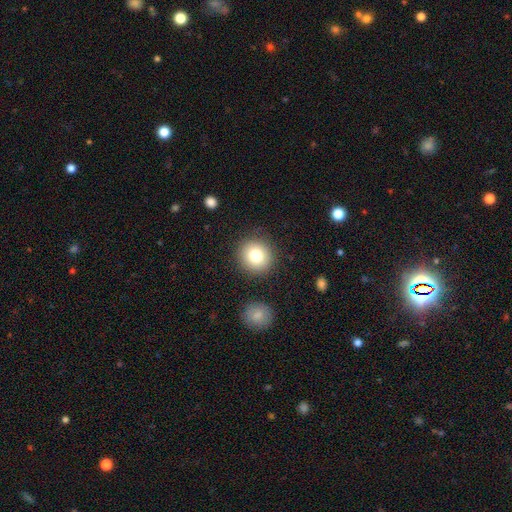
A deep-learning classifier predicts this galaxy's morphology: The model was most divided on "smooth or featured": smooth: 79%, star or artifact: 10%, featured or disk: 10%. More confident: how rounded — round (91%); merging — none (88%).